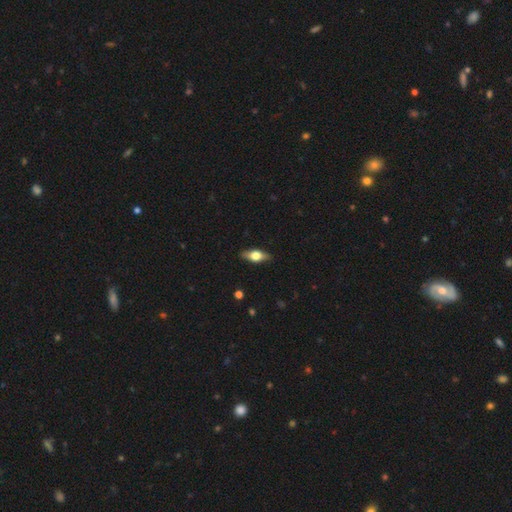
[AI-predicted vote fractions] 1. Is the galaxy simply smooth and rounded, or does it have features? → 53% smooth, 40% featured or disk, 6% star or artifact.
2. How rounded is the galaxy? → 74% in between, 22% cigar-shaped, 5% round.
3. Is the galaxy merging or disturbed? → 87% none, 10% minor disturbance, 2% major disturbance, 1% merger.